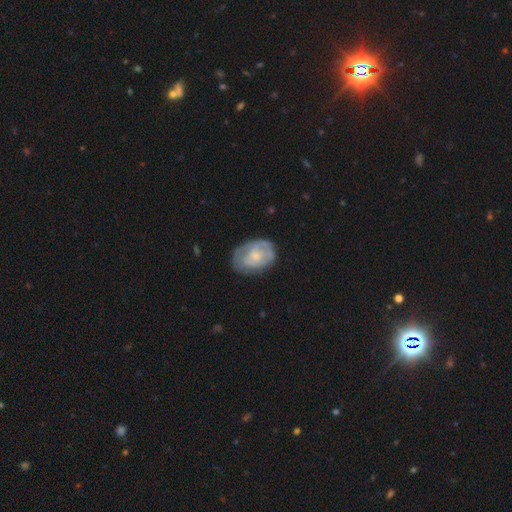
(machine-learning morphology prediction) A featured or disk galaxy (56%) with no bar (78%), spiral arms (56%) and a small central bulge (57%).

Vote fractions:
- Smooth or featured? featured or disk: 56% / smooth: 38% / star or artifact: 6%
- Edge-on disk? no: 97% / yes: 3%
- Bar? no: 78% / weak: 19% / strong: 3%
- Spiral arms? yes: 56% / no: 44%
- Bulge size? small: 57% / moderate: 29% / none: 9% / large: 3% / dominant: 1%
- Merging? none: 64% / minor disturbance: 25% / major disturbance: 10% / merger: 2%